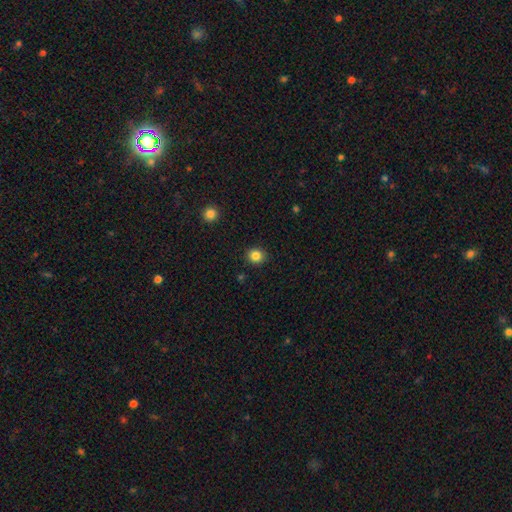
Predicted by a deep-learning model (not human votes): smooth-or-featured: smooth: 84% | star or artifact: 11% | featured or disk: 5%
  how-rounded: round: 84% | in between: 15% | cigar-shaped: 1%
  merging: none: 91% | minor disturbance: 6% | major disturbance: 2% | merger: 1%